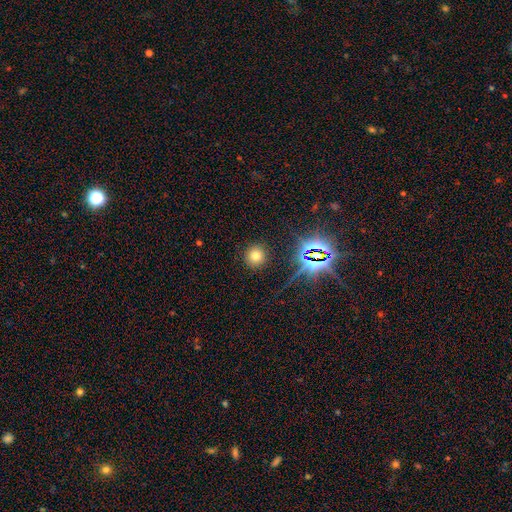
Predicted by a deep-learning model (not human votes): smooth_or_featured: smooth (p=0.69) [alt: star or artifact p=0.22]
how_rounded: round (p=0.93) [alt: in between p=0.06]
merging: none (p=0.89) [alt: minor disturbance p=0.06]